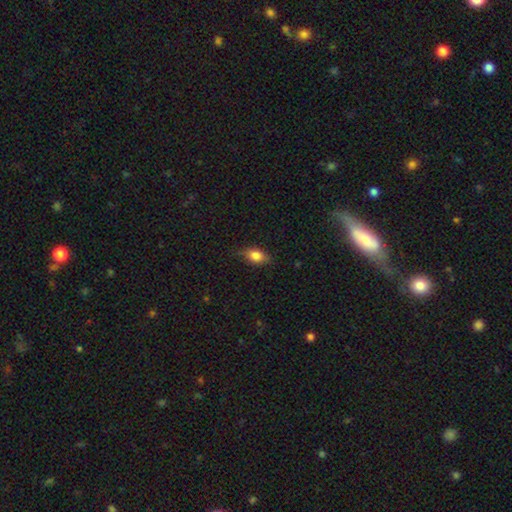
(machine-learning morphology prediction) smooth 79%, featured or disk 12%, star or artifact 9%. Down the decision tree: how rounded — in between (80%); merging — none (74%).